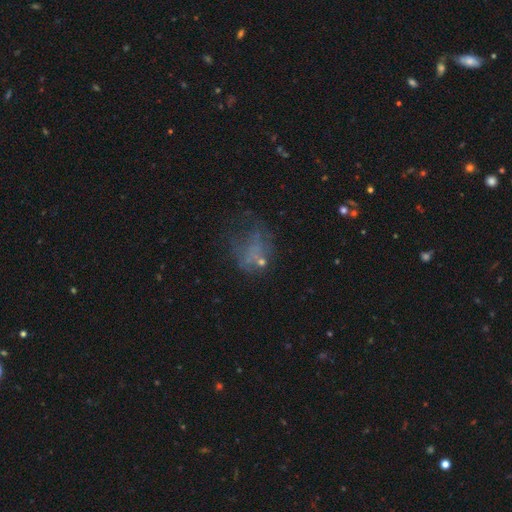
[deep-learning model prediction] Smooth or featured? smooth (41%)
Merging? major disturbance (38%)